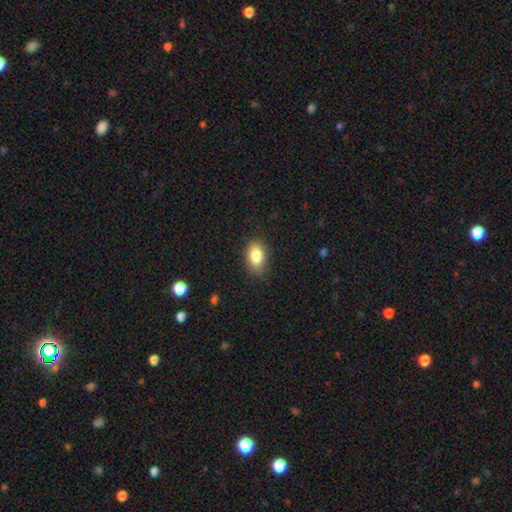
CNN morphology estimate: Smooth or featured? smooth (83%)
How rounded? in between (85%)
Merging? none (81%)